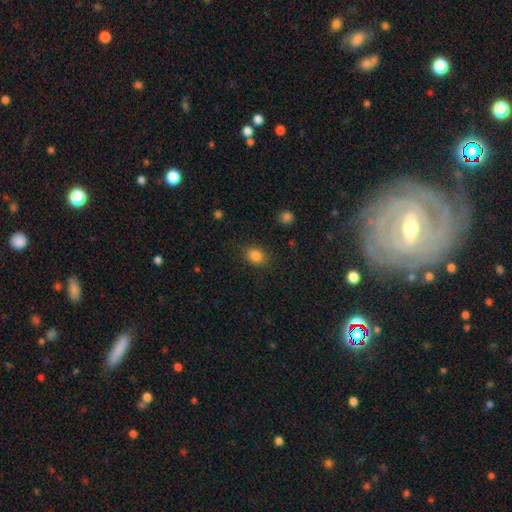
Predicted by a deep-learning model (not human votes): Smooth or featured? Predicted: smooth (p=0.84). How rounded? Predicted: round (p=0.54). Merging? Predicted: none (p=0.85).